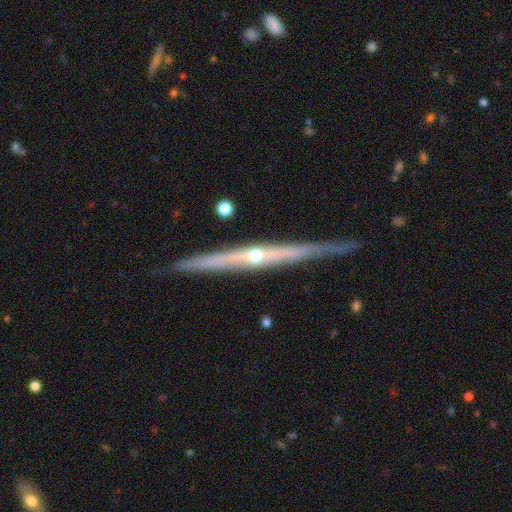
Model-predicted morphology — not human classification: smooth_or_featured: featured or disk (p=0.83) [alt: smooth p=0.12]
disk_edge_on: yes (p=0.98) [alt: no p=0.02]
edge_on_bulge: rounded (p=0.76) [alt: none p=0.20]
merging: none (p=0.86) [alt: minor disturbance p=0.10]